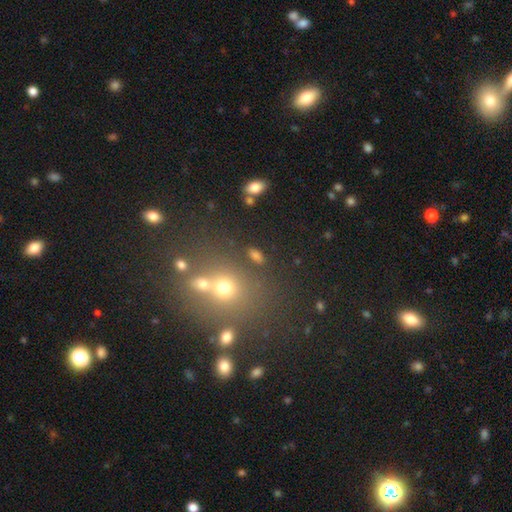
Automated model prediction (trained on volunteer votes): The model was most divided on "how rounded": in between: 69%, round: 25%, cigar-shaped: 6%. More confident: merging — none (70%); smooth or featured — smooth (69%).